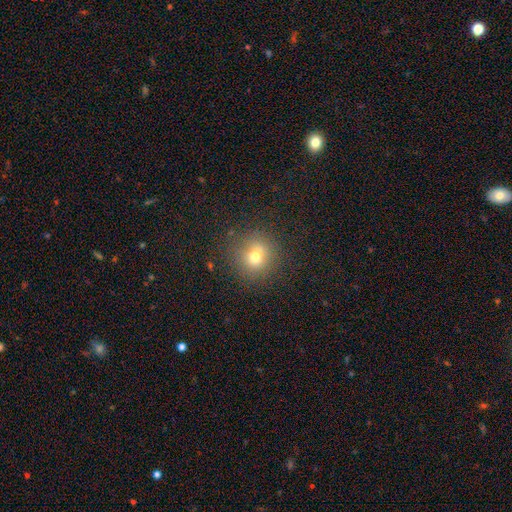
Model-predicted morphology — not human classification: smooth_or_featured: smooth (p=0.69) [alt: star or artifact p=0.18]
how_rounded: round (p=0.90) [alt: in between p=0.09]
merging: none (p=0.84) [alt: minor disturbance p=0.10]